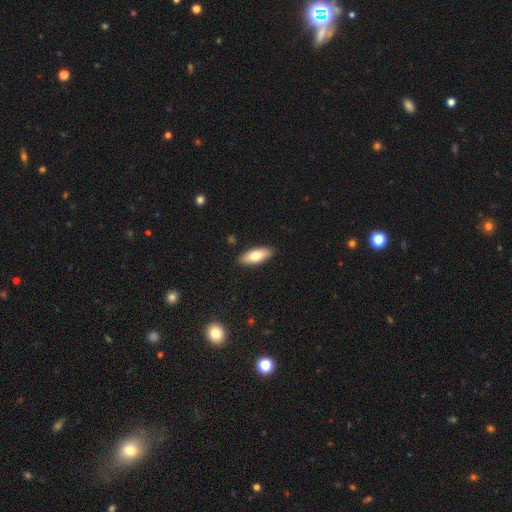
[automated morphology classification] smooth 74%, featured or disk 20%, star or artifact 6%. Down the decision tree: how rounded — in between (79%); merging — none (89%).